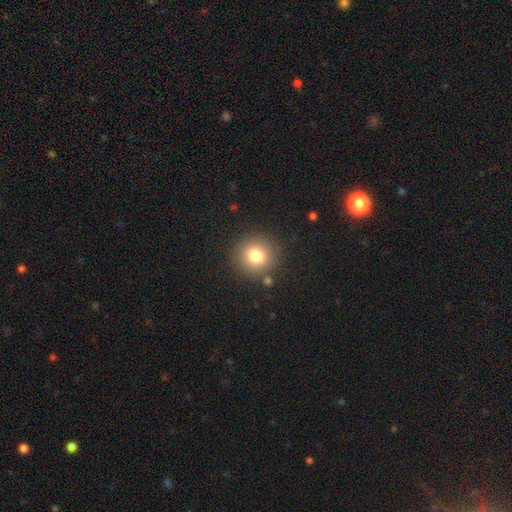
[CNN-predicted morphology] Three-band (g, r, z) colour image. It shows a smooth galaxy with no disk features (78%) that is round (93%). Merging: none (86%).